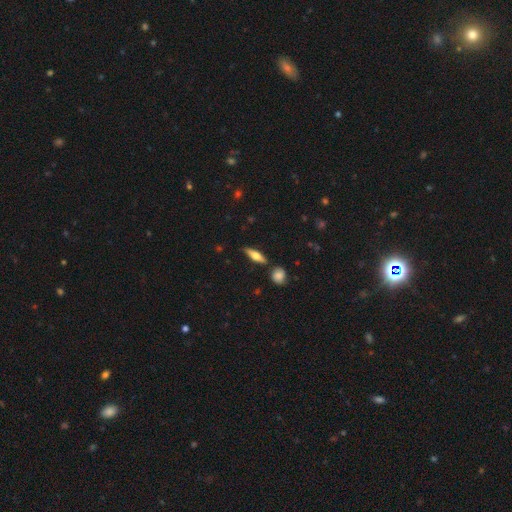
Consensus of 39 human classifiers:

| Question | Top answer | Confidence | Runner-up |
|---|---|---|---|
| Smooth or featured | smooth | 51% | featured or disk (44%) |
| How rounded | cigar-shaped | 55% | in between (40%) |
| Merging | none | 78% | minor disturbance (16%) |